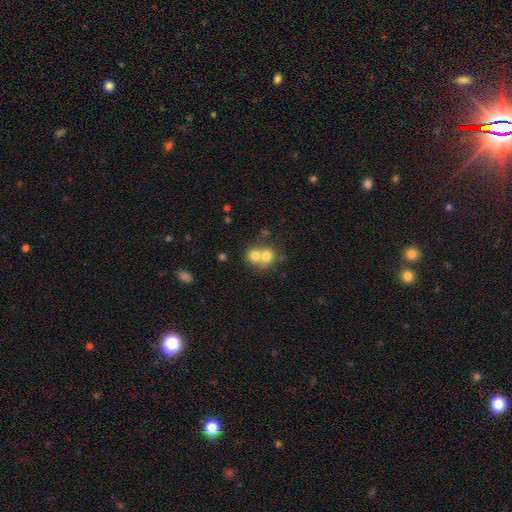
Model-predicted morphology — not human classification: The model was most divided on "merging": merger: 66%, none: 26%, minor disturbance: 5%, major disturbance: 3%. More confident: how rounded — round (74%); smooth or featured — smooth (71%).